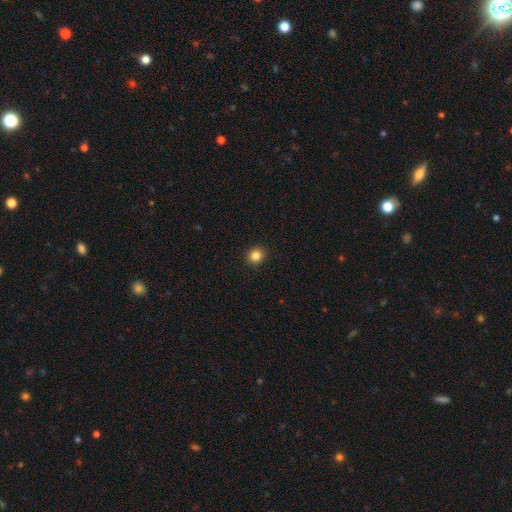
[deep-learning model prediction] smooth_or_featured: smooth (p=0.85) [alt: star or artifact p=0.11]
how_rounded: round (p=0.86) [alt: in between p=0.13]
merging: none (p=0.92) [alt: minor disturbance p=0.05]